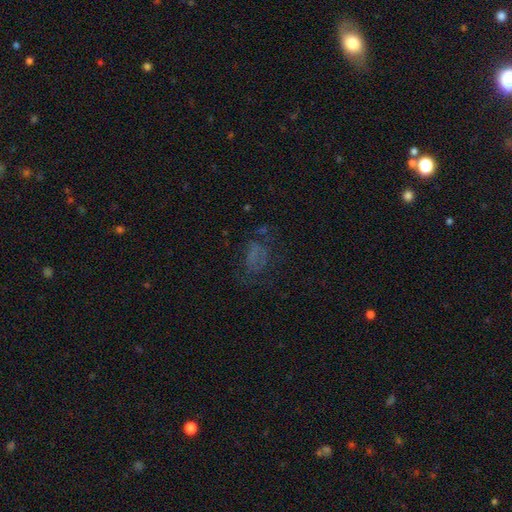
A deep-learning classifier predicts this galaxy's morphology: smooth_or_featured: smooth (p=0.40) [alt: featured or disk p=0.32]
merging: none (p=0.45) [alt: major disturbance p=0.31]